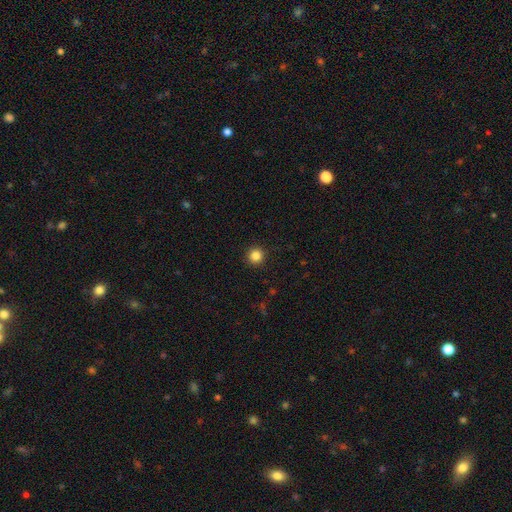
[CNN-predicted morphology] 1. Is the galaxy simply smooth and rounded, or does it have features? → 85% smooth, 11% star or artifact, 4% featured or disk.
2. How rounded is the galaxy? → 95% round, 4% in between, 1% cigar-shaped.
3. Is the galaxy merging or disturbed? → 93% none, 5% minor disturbance, 2% major disturbance, 1% merger.